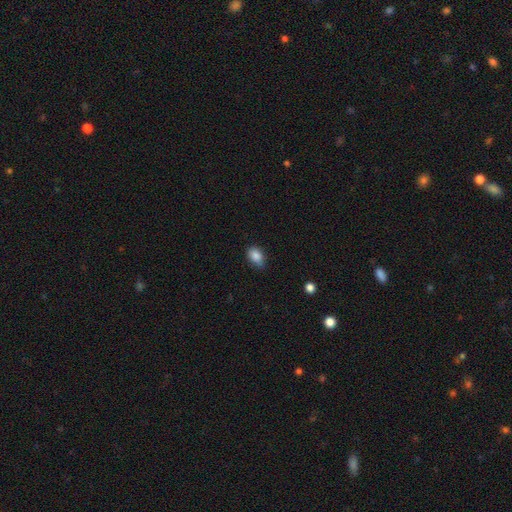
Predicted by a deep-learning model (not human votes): smooth_or_featured: smooth (p=0.87) [alt: star or artifact p=0.09]
how_rounded: in between (p=0.80) [alt: round p=0.19]
merging: none (p=0.68) [alt: minor disturbance p=0.27]